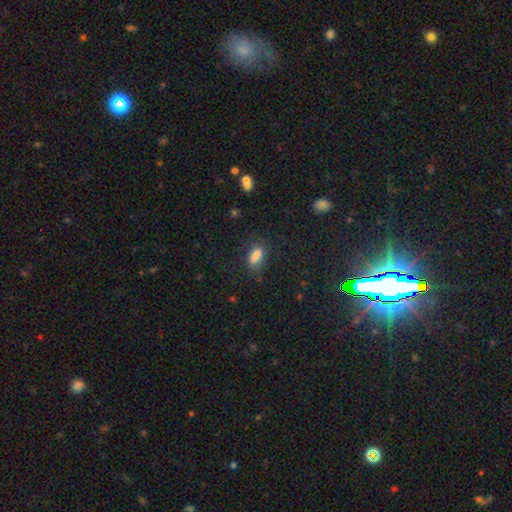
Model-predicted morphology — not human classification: Smooth or featured: smooth — 80% (star or artifact — 11%)
How rounded: in between — 77% (cigar-shaped — 19%)
Merging: none — 74% (minor disturbance — 17%)